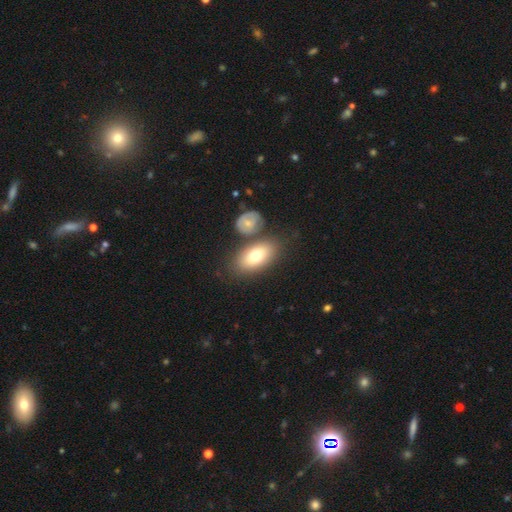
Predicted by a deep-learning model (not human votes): Smooth or featured?
  - smooth: 74% *
  - featured or disk: 19%
  - star or artifact: 7%
How rounded?
  - in between: 90% *
  - round: 6%
  - cigar-shaped: 5%
Merging?
  - none: 66% *
  - merger: 17%
  - minor disturbance: 12%
  - major disturbance: 4%